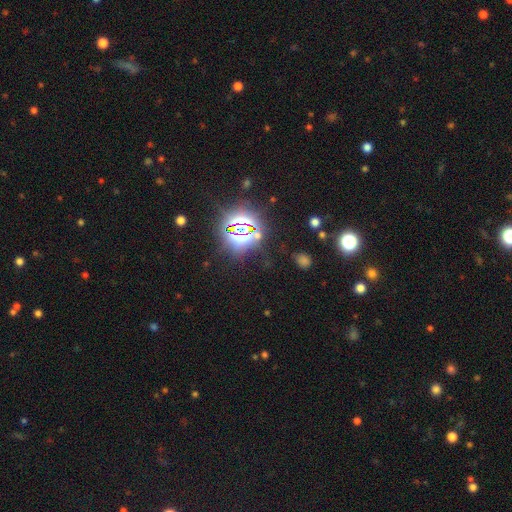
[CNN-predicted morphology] This appears to be a star or artifact, not a galaxy (83%).